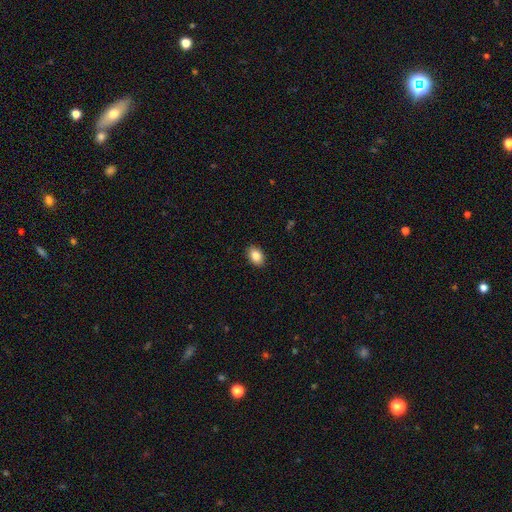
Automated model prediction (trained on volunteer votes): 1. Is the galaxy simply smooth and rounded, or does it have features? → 87% smooth, 8% star or artifact, 5% featured or disk.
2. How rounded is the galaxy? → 84% in between, 14% round, 1% cigar-shaped.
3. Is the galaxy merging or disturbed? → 90% none, 7% minor disturbance, 2% major disturbance, 1% merger.